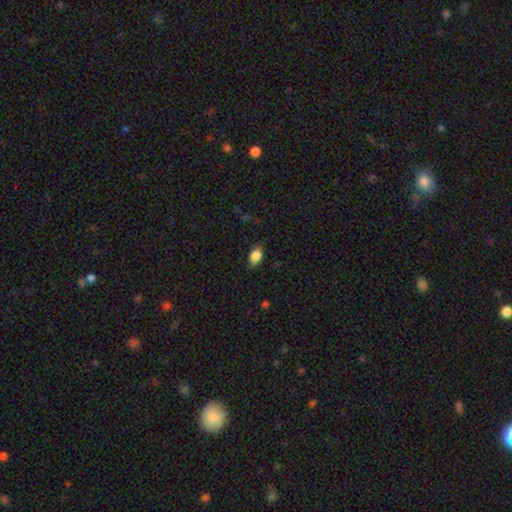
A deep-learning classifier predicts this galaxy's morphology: Q: Smooth or featured?
A: smooth (82%); runner-up: featured or disk (10%)
Q: How rounded?
A: in between (83%); runner-up: round (14%)
Q: Merging?
A: none (78%); runner-up: minor disturbance (18%)